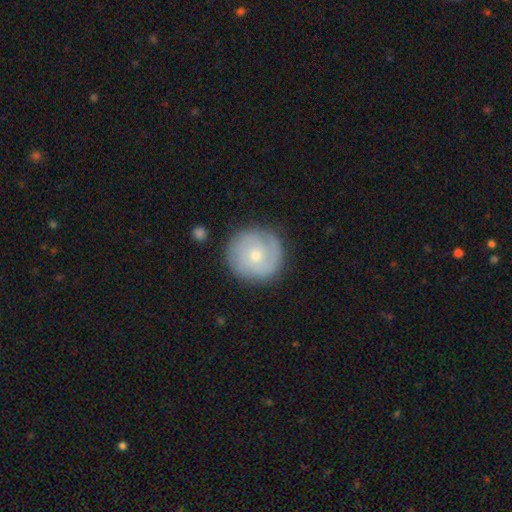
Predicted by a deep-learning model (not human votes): This appears to be a featured or disk galaxy (58%) with no bar (78%), spiral arms (82%) and a small central bulge (54%). Merging: none (84%).